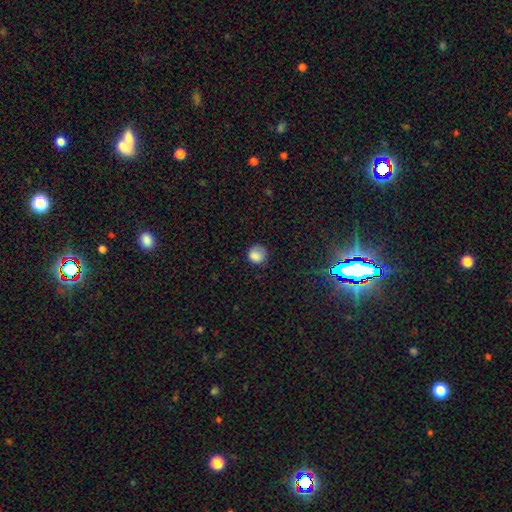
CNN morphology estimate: smooth-or-featured: smooth: 85% | star or artifact: 11% | featured or disk: 5%
  how-rounded: round: 88% | in between: 11% | cigar-shaped: 1%
  merging: none: 74% | minor disturbance: 19% | major disturbance: 5% | merger: 1%